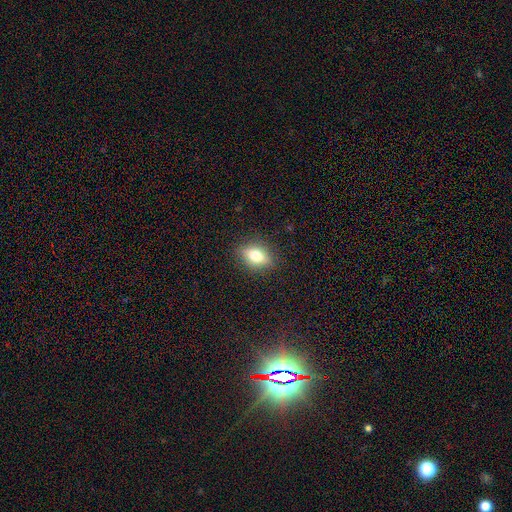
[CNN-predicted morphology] The model was most divided on "smooth or featured": smooth: 69%, featured or disk: 22%, star or artifact: 10%. More confident: merging — none (85%); how rounded — in between (74%).